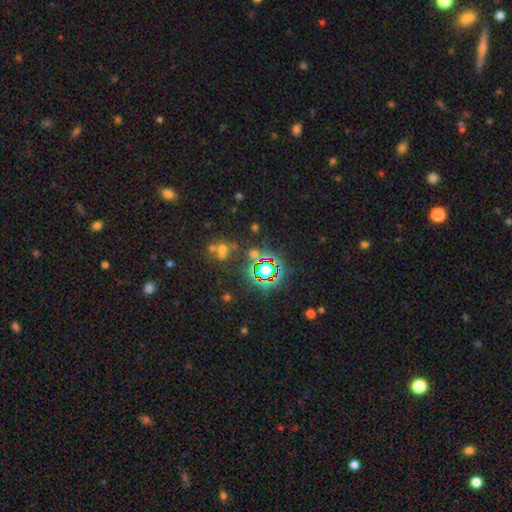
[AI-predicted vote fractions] Overall: star or artifact (69%).